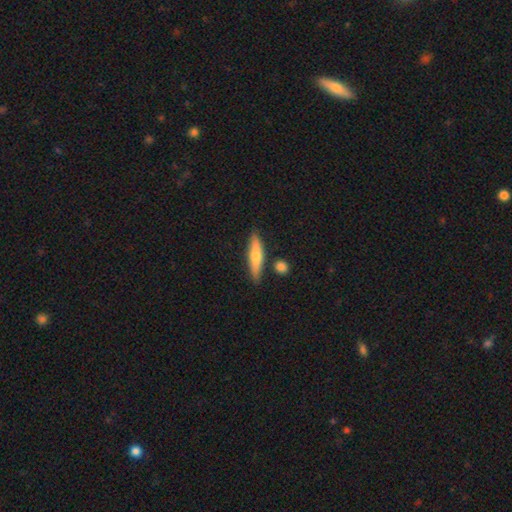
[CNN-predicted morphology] This appears to be a smooth galaxy with no disk features (64%) that is cigar-shaped (81%). Merging: none (80%).